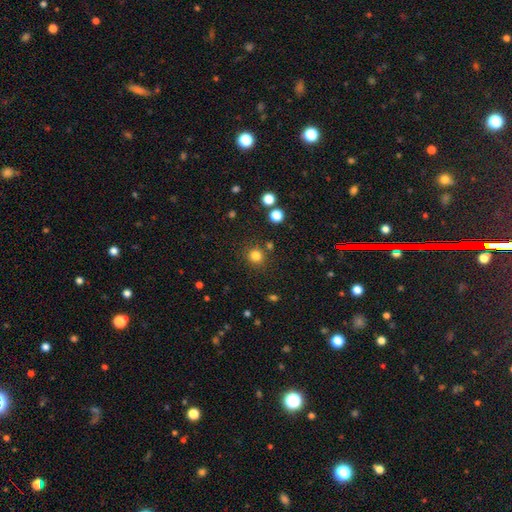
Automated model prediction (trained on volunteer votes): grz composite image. It shows a smooth galaxy with no disk features (80%) that is round (91%). Merging: none (85%).